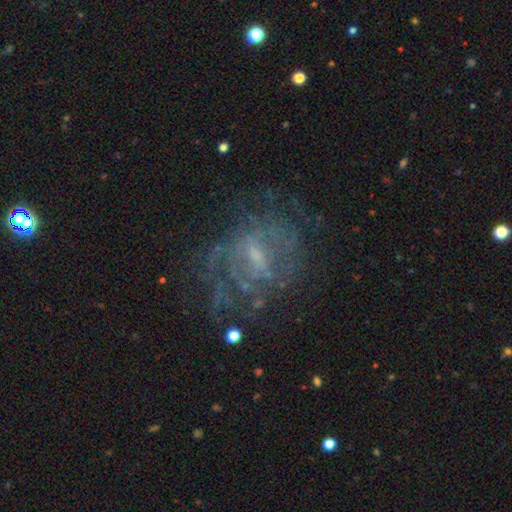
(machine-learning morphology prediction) The model was most divided on "bar": weak: 52%, no: 37%, strong: 11%. More confident: edge-on disk — no (97%); smooth or featured — featured or disk (75%); spiral arms — yes (67%); merging — none (59%); bulge size — small (57%).